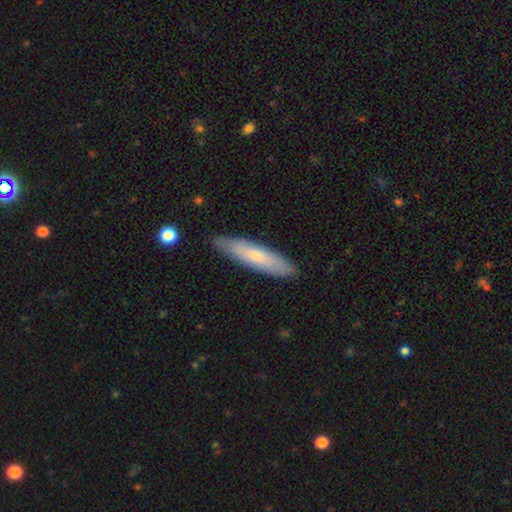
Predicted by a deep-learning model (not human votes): This is likely a smooth galaxy (62%). How rounded: likely cigar-shaped (77%). Merging: clearly none (84%).